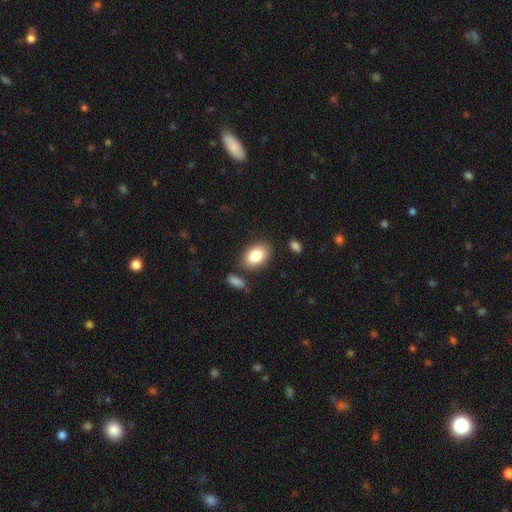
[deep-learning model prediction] This appears to be a smooth galaxy with no disk features (85%) that is in between round and cigar-shaped (84%). Merging: none (79%).